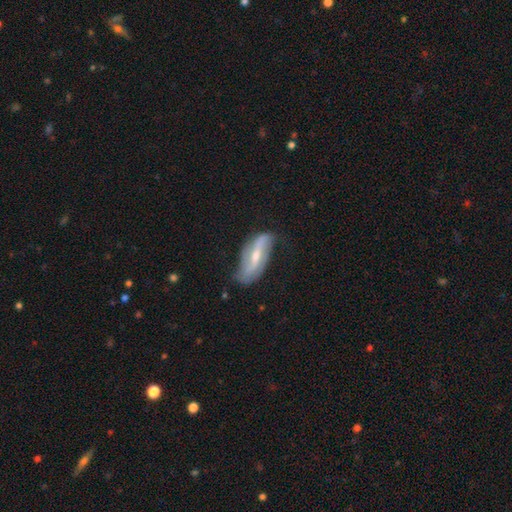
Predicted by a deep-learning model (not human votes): Smooth or featured? featured or disk (77%)
Edge-on disk? no (87%)
Bar? strong (48%)
Spiral arms? yes (89%)
Spiral winding? loose (64%)
Spiral arm count? 2 (86%)
Bulge size? small (48%)
Merging? none (66%)